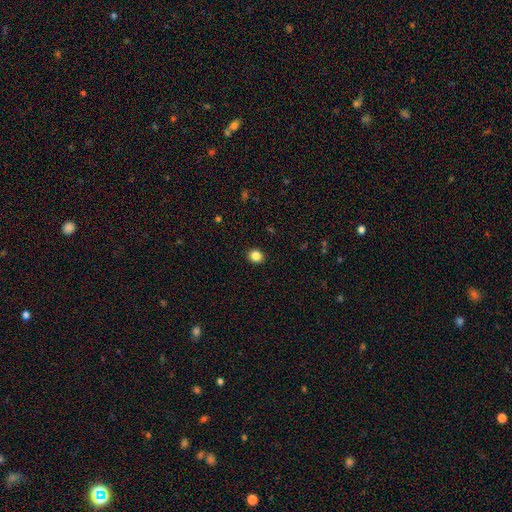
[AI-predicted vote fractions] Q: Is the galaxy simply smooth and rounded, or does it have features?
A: smooth — 85%.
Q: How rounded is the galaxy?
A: round — 74%.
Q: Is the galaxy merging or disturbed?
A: none — 92%.